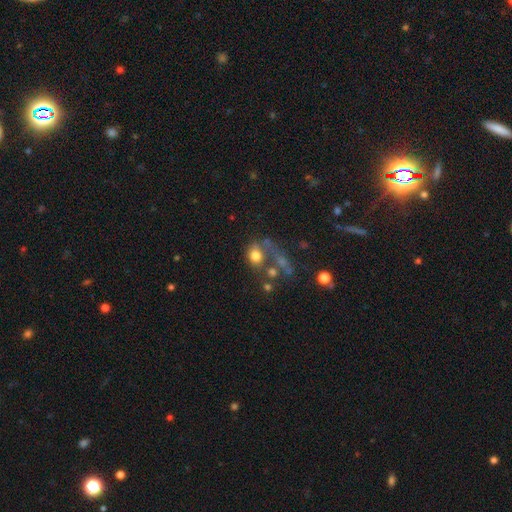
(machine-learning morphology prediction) smooth_or_featured: smooth (p=0.69) [alt: featured or disk p=0.18]
how_rounded: round (p=0.55) [alt: in between p=0.43]
merging: none (p=0.33) [alt: merger p=0.32]